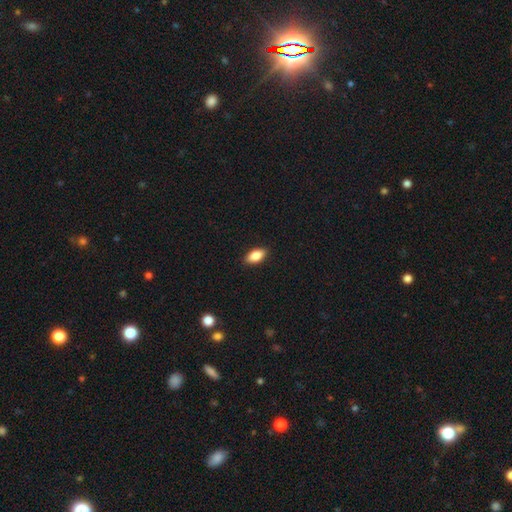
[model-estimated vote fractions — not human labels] This is clearly a smooth galaxy (84%). How rounded: clearly in between (90%). Merging: clearly none (90%).